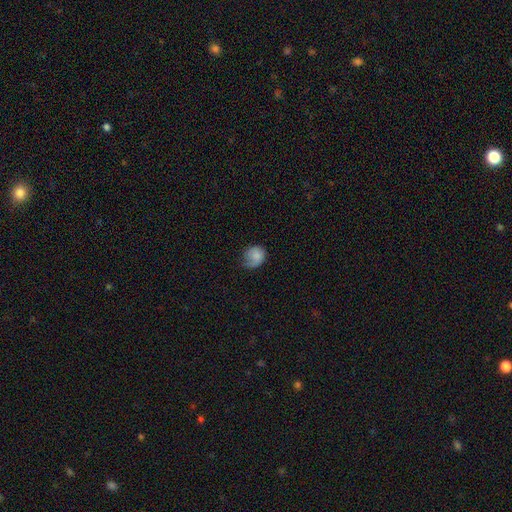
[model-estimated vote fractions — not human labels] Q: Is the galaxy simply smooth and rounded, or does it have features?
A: smooth — 75%.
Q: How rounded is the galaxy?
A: round — 68%.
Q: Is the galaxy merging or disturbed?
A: none — 39%.